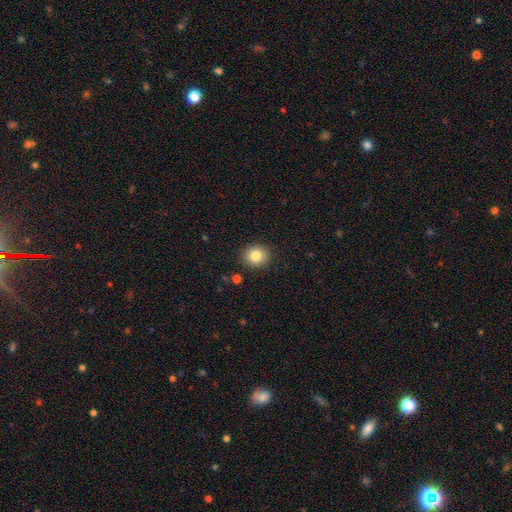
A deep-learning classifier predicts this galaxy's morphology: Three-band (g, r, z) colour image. It shows a smooth galaxy with no disk features (82%) that is round (81%). Merging: none (90%).